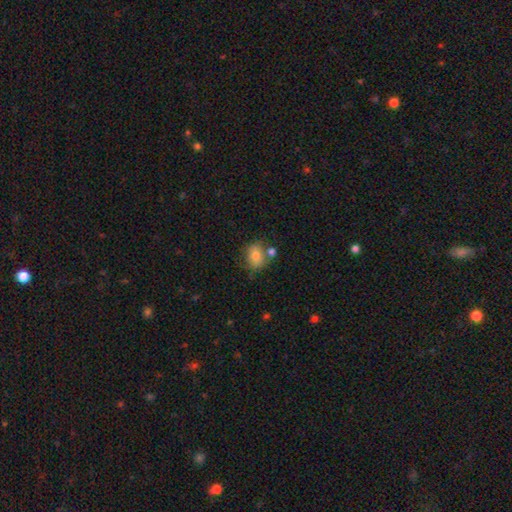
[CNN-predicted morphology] Smooth or featured?
  - smooth: 75% *
  - featured or disk: 15%
  - star or artifact: 10%
How rounded?
  - in between: 50% *
  - round: 49%
  - cigar-shaped: 1%
Merging?
  - none: 60% *
  - merger: 19%
  - minor disturbance: 17%
  - major disturbance: 5%